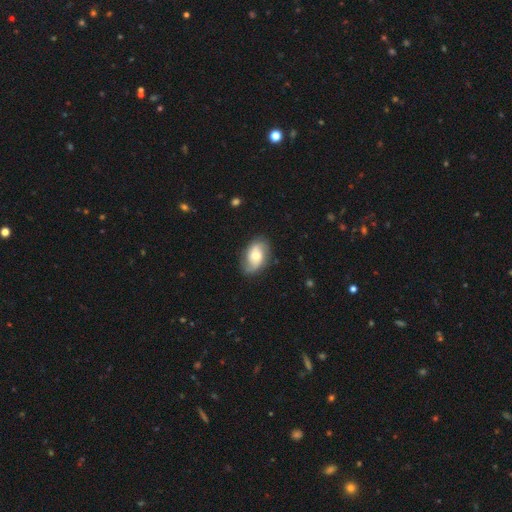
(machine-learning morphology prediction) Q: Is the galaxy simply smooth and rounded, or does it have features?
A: featured or disk — 63%.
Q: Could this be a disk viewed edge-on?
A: no — 96%.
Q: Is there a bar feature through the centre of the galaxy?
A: no — 53%.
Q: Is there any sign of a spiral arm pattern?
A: yes — 89%.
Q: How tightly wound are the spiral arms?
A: medium — 41%.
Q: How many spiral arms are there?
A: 2 — 78%.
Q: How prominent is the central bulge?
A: moderate — 61%.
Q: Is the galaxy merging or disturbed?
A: none — 78%.